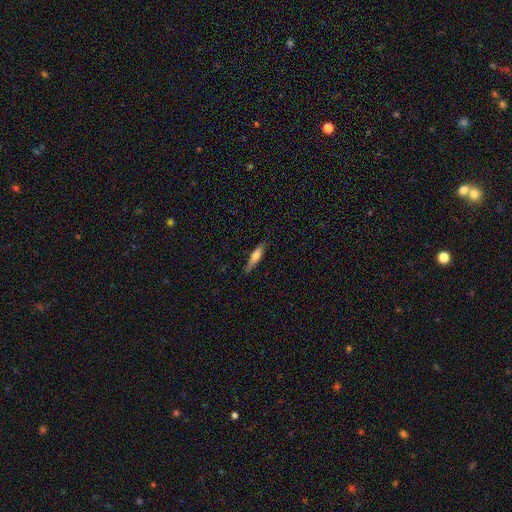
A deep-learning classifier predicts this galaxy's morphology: Q: Smooth or featured?
A: smooth (53%); runner-up: featured or disk (41%)
Q: How rounded?
A: cigar-shaped (80%); runner-up: in between (18%)
Q: Merging?
A: none (83%); runner-up: minor disturbance (13%)